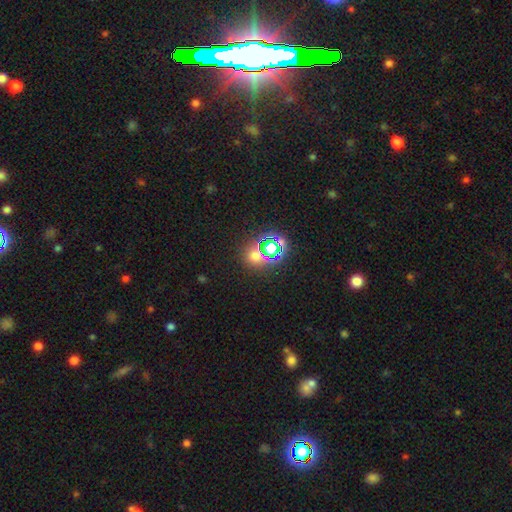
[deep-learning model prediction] smooth_or_featured: star or artifact (p=0.51) [alt: smooth p=0.41]